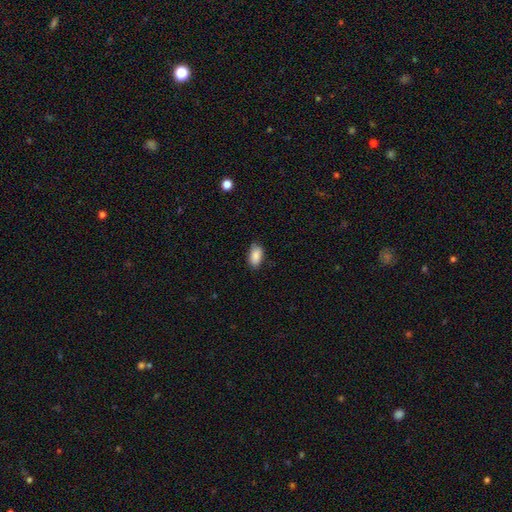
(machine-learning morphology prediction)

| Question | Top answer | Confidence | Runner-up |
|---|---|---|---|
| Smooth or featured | smooth | 88% | star or artifact (7%) |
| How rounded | in between | 93% | round (4%) |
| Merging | none | 82% | minor disturbance (14%) |